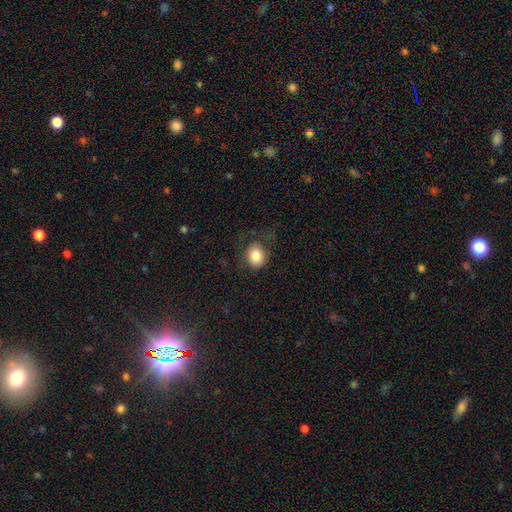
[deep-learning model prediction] Smooth or featured: smooth — 84% (star or artifact — 9%)
How rounded: round — 62% (in between — 37%)
Merging: none — 72% (minor disturbance — 17%)